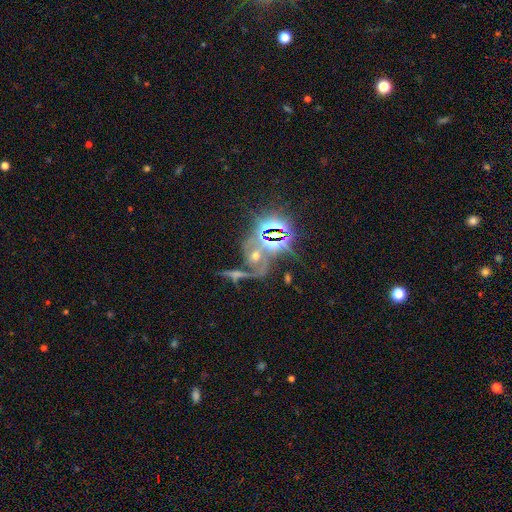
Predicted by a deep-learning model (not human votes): Smooth or featured: star or artifact — 48% (featured or disk — 30%)